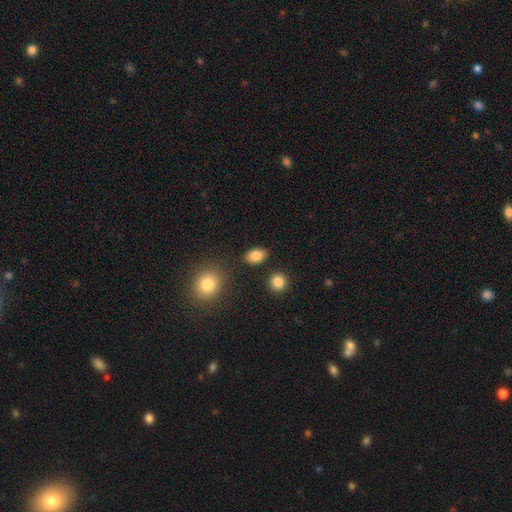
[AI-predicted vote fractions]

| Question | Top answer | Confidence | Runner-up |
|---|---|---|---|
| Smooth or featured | smooth | 86% | star or artifact (9%) |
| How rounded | in between | 78% | round (21%) |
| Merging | none | 85% | minor disturbance (9%) |